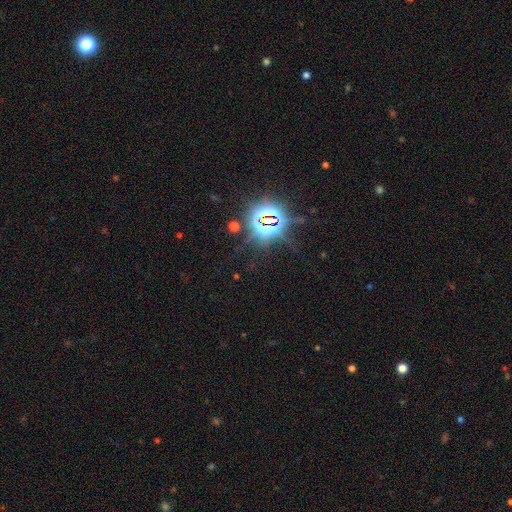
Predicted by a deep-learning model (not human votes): Smooth or featured? star or artifact (85%)